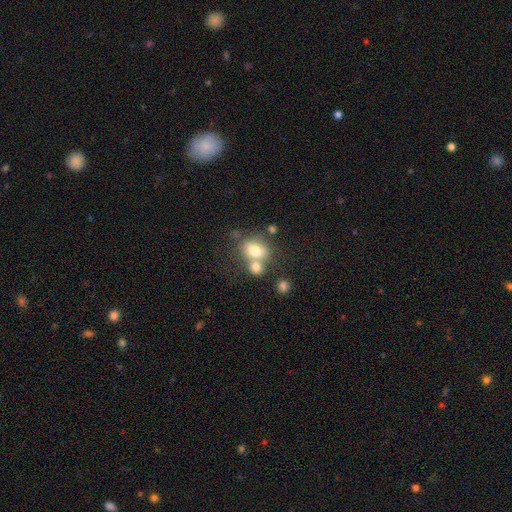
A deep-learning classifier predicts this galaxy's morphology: type=smooth (68%); roundness=in between (50%); merging=merger (42%).